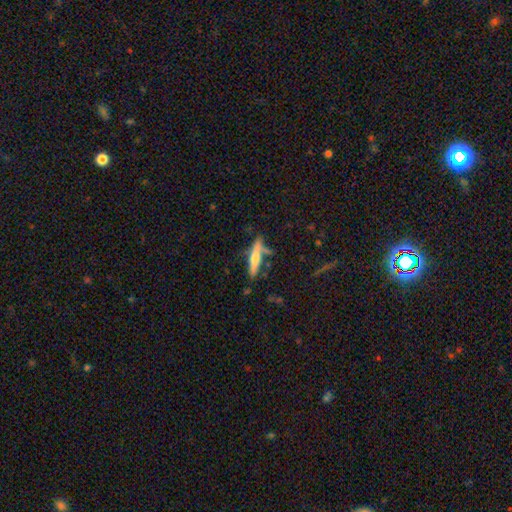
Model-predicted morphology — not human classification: Overall: featured or disk (49%; smooth 44%). Merging: none (70%).